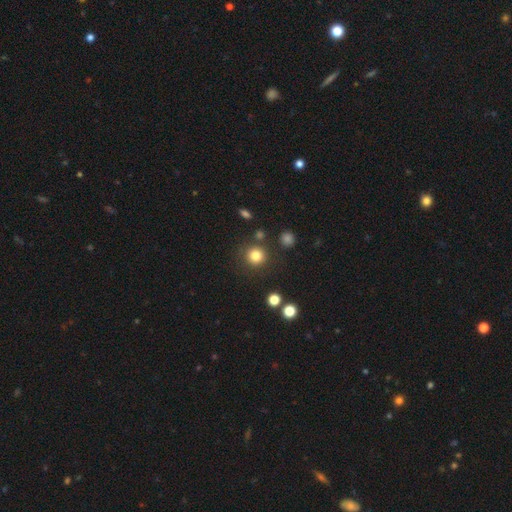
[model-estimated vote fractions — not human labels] Smooth or featured: smooth — 82% (star or artifact — 12%)
How rounded: round — 93% (in between — 6%)
Merging: none — 85% (minor disturbance — 8%)